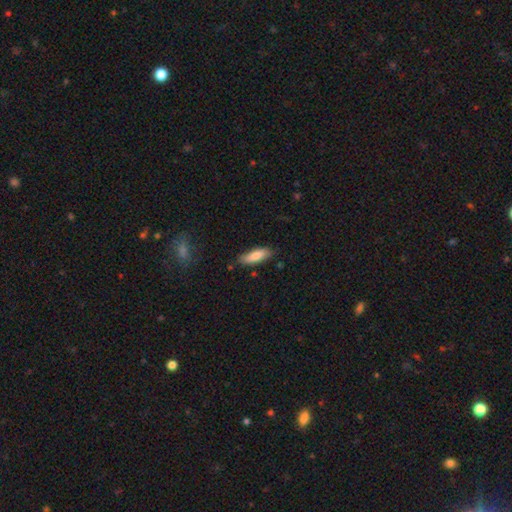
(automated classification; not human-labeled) A smooth galaxy with no disk features (81%) that is in between round and cigar-shaped (52%).

Vote fractions:
- Smooth or featured? smooth: 81% / featured or disk: 13% / star or artifact: 6%
- How rounded? in between: 52% / cigar-shaped: 46% / round: 2%
- Merging? none: 79% / minor disturbance: 16% / major disturbance: 3% / merger: 2%